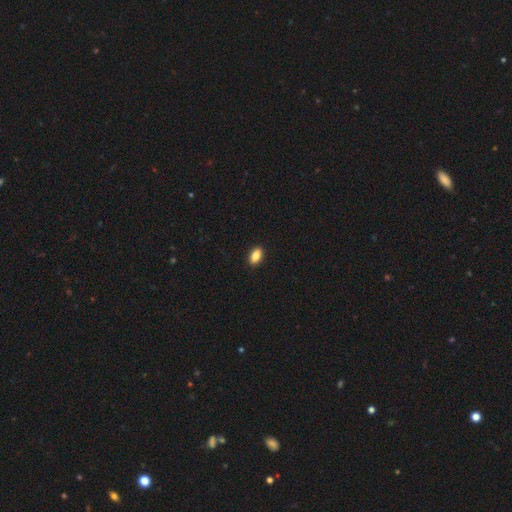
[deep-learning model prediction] The model was most divided on "smooth or featured": smooth: 87%, star or artifact: 8%, featured or disk: 5%. More confident: how rounded — in between (90%); merging — none (90%).